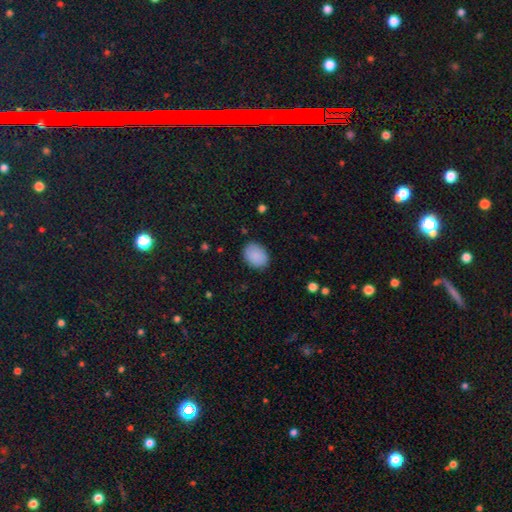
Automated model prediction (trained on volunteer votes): This appears to be a smooth galaxy with no disk features (89%) that is in between round and cigar-shaped (65%). Merging: none (85%).